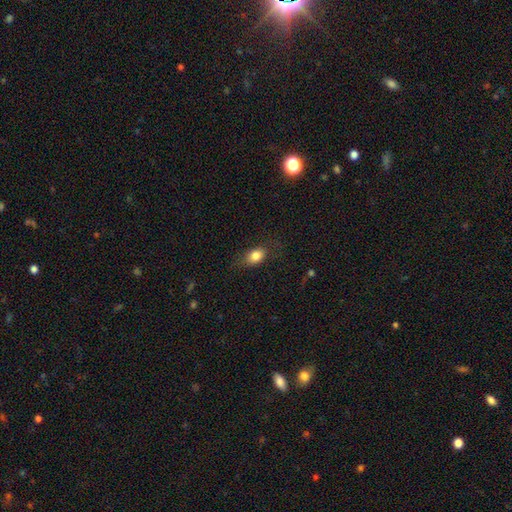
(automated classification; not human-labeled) Smooth or featured? smooth (82%)
How rounded? in between (76%)
Merging? none (72%)